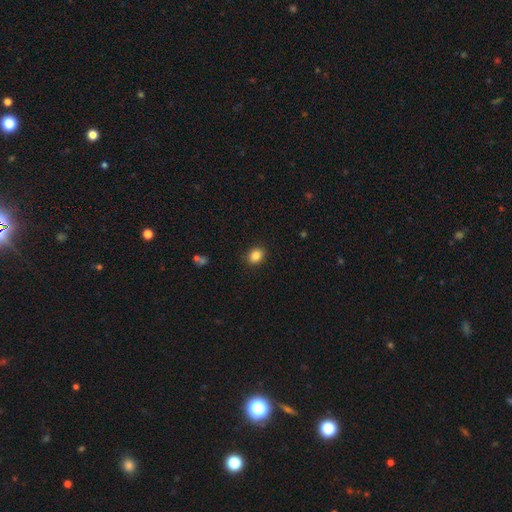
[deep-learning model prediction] Morphology: type=smooth (86%); roundness=in between (50%); merging=none (89%).